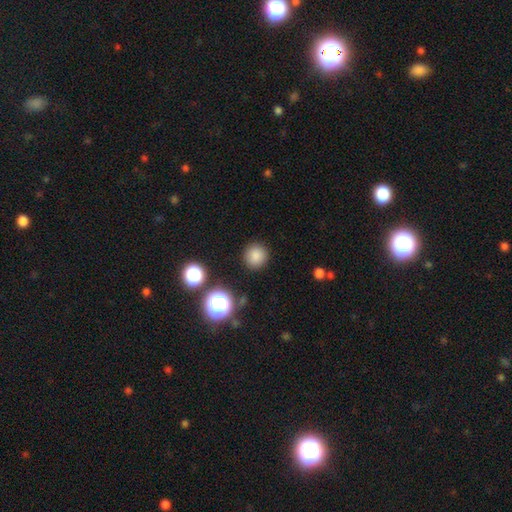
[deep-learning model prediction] smooth 82%, star or artifact 13%, featured or disk 5%. Down the decision tree: how rounded — round (92%); merging — none (89%).